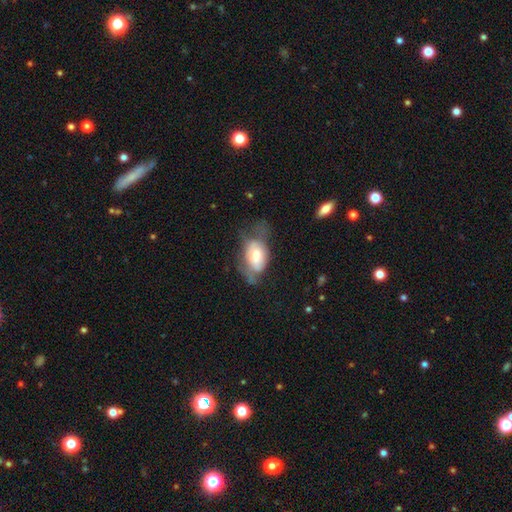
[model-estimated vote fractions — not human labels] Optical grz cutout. It shows a smooth galaxy with no disk features (57%) that is in between round and cigar-shaped (89%). Merging: major disturbance (37%).